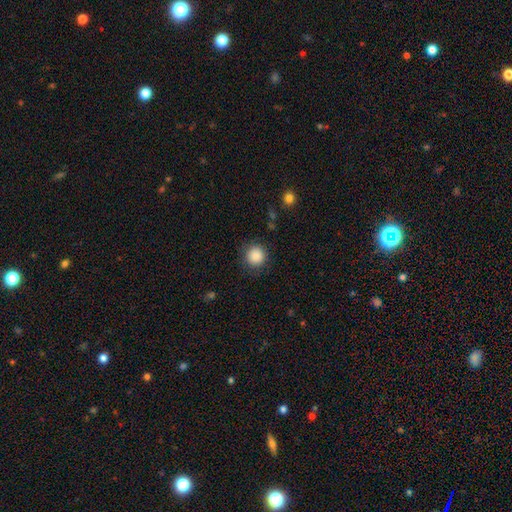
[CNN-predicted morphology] Smooth or featured?
  - smooth: 87% *
  - star or artifact: 9%
  - featured or disk: 3%
How rounded?
  - round: 94% *
  - in between: 5%
  - cigar-shaped: 1%
Merging?
  - none: 87% *
  - minor disturbance: 9%
  - major disturbance: 4%
  - merger: 1%